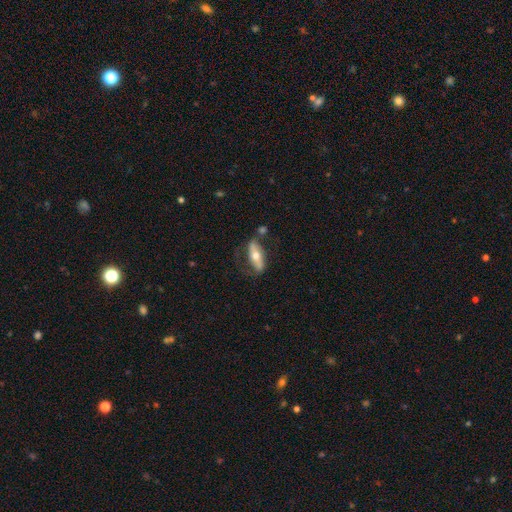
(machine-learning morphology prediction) A smooth galaxy with no disk features (47%, tied with featured or disk). Merging: none (59%).